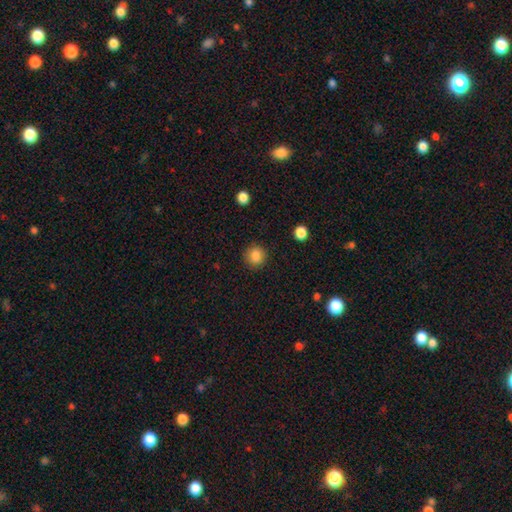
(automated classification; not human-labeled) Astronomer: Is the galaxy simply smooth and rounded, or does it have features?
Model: smooth — 86%.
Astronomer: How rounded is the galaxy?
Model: round — 92%.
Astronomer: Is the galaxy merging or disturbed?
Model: none — 91%.